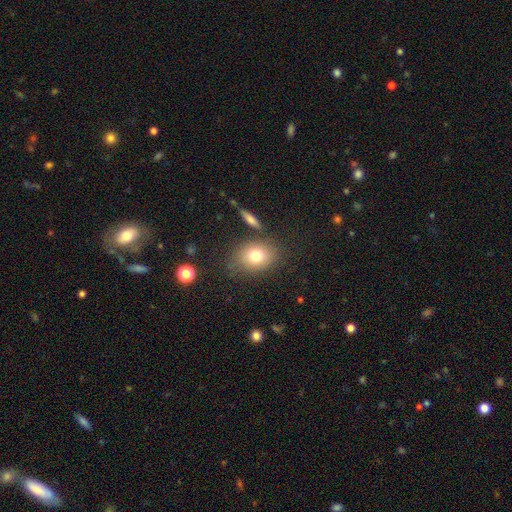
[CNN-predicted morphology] smooth-or-featured: smooth: 76% | featured or disk: 13% | star or artifact: 11%
  how-rounded: in between: 57% | round: 42% | cigar-shaped: 1%
  merging: none: 77% | minor disturbance: 13% | merger: 6% | major disturbance: 5%